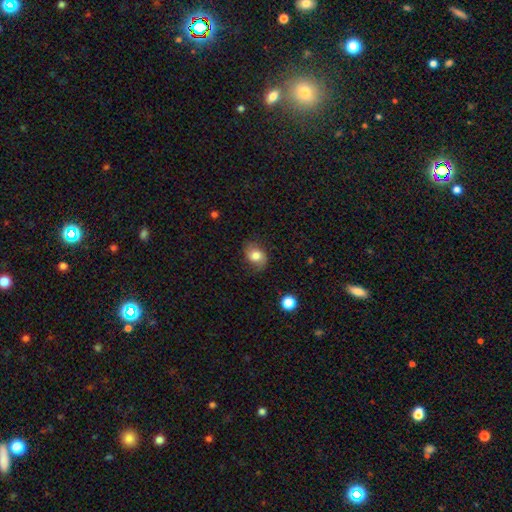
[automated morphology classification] smooth_or_featured: smooth (p=0.72) [alt: featured or disk p=0.19]
how_rounded: in between (p=0.70) [alt: round p=0.29]
merging: none (p=0.70) [alt: minor disturbance p=0.21]